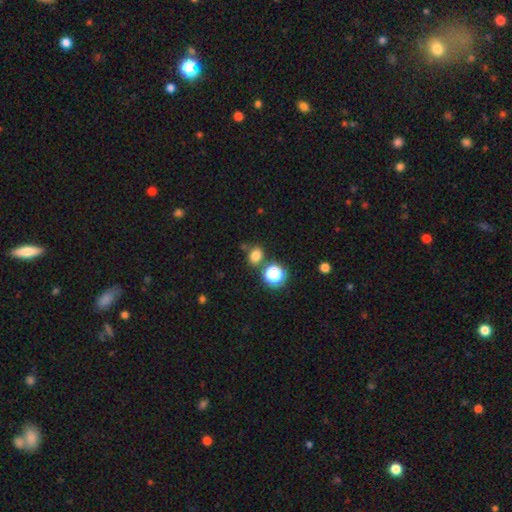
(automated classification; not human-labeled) This is likely a smooth galaxy (76%). How rounded: possibly round (53%). Merging: likely none (72%).